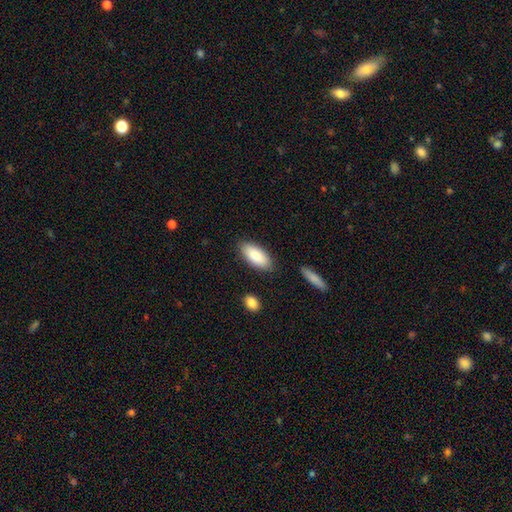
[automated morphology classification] Smooth or featured?
  - smooth: 88% *
  - featured or disk: 7%
  - star or artifact: 6%
How rounded?
  - in between: 87% *
  - cigar-shaped: 11%
  - round: 2%
Merging?
  - none: 84% *
  - minor disturbance: 11%
  - merger: 3%
  - major disturbance: 3%